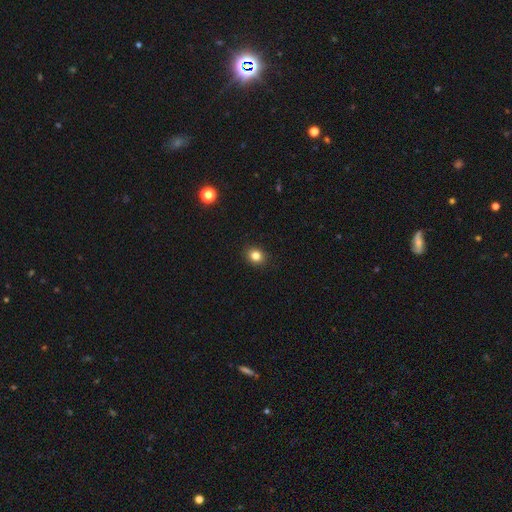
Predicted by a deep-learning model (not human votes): This is clearly a smooth galaxy (83%). How rounded: likely round (66%). Merging: clearly none (91%).